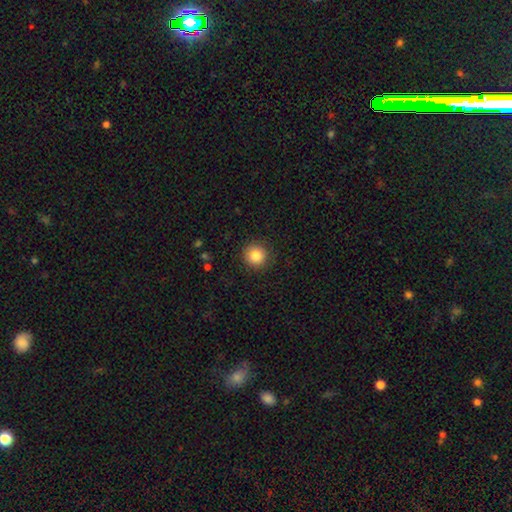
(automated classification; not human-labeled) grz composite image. It shows a smooth galaxy with no disk features (84%) that is round (94%). Merging: none (89%).